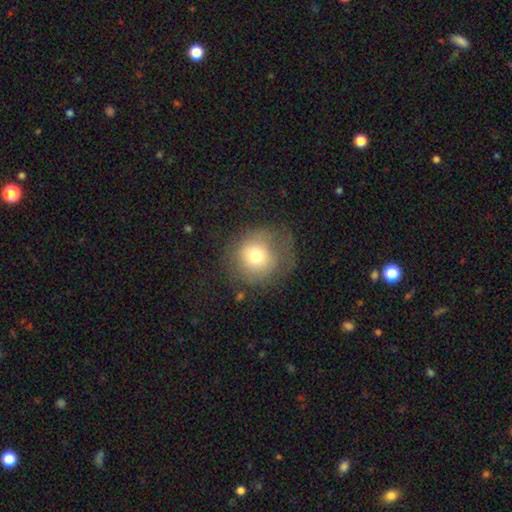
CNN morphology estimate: A smooth galaxy with no disk features (69%) that is round (89%).

Vote fractions:
- Smooth or featured? smooth: 69% / featured or disk: 20% / star or artifact: 11%
- How rounded? round: 89% / in between: 10% / cigar-shaped: 1%
- Merging? none: 56% / minor disturbance: 22% / major disturbance: 20% / merger: 2%